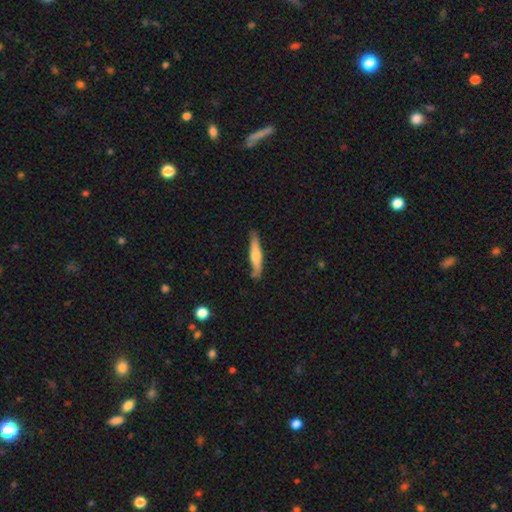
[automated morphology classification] smooth 53%, featured or disk 42%, star or artifact 5%. Down the decision tree: how rounded — cigar-shaped (89%); merging — none (82%).